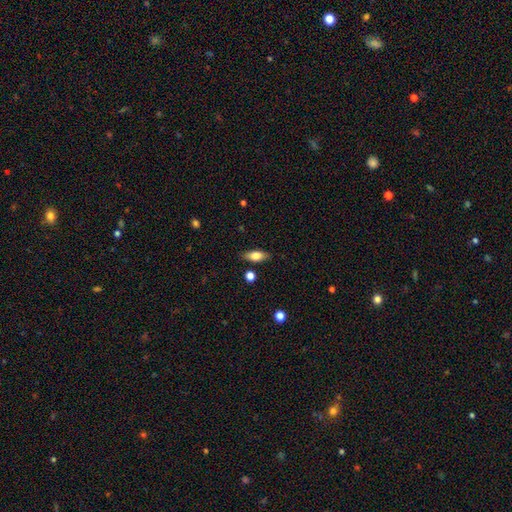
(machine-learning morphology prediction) smooth-or-featured: smooth: 75% | featured or disk: 17% | star or artifact: 7%
  how-rounded: in between: 76% | cigar-shaped: 20% | round: 4%
  merging: none: 84% | minor disturbance: 11% | merger: 3% | major disturbance: 3%